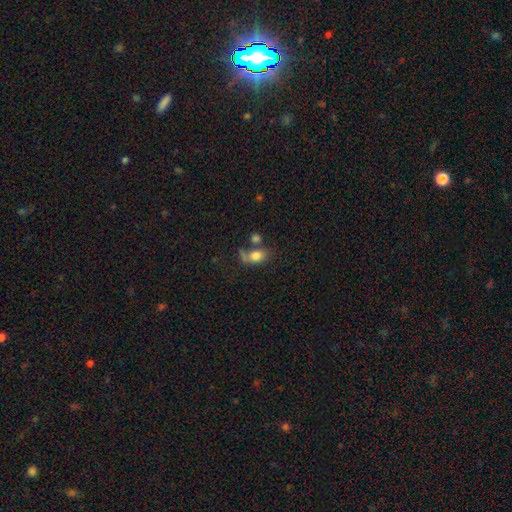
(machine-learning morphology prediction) Q: Smooth or featured?
A: smooth (76%); runner-up: featured or disk (14%)
Q: How rounded?
A: in between (75%); runner-up: round (23%)
Q: Merging?
A: none (37%); runner-up: merger (29%)